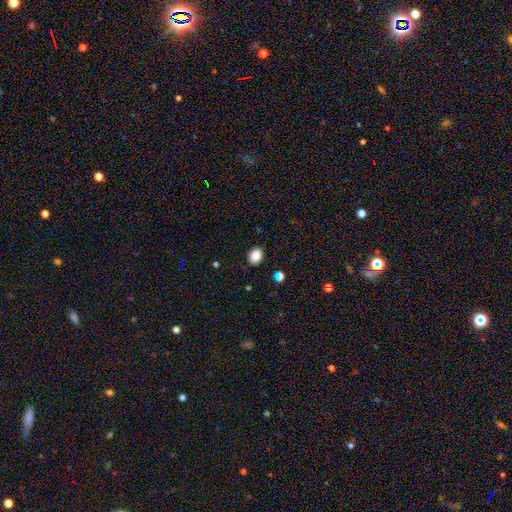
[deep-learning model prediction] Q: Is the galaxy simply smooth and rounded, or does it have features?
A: smooth — 87%.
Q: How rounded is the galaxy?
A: round — 50%.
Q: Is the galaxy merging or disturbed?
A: none — 89%.